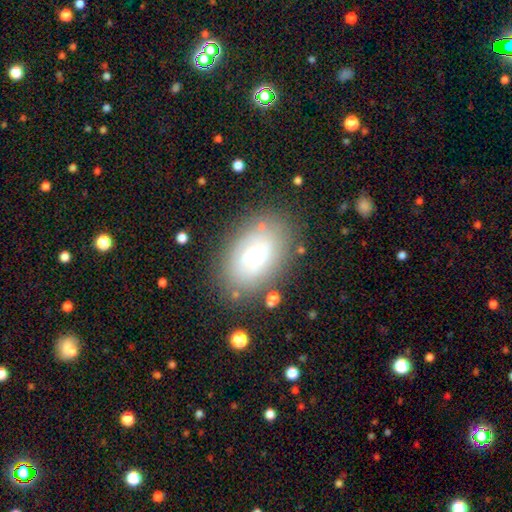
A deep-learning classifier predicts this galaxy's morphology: smooth_or_featured: smooth (p=0.55) [alt: featured or disk p=0.33]
how_rounded: in between (p=0.79) [alt: round p=0.19]
merging: none (p=0.75) [alt: minor disturbance p=0.15]